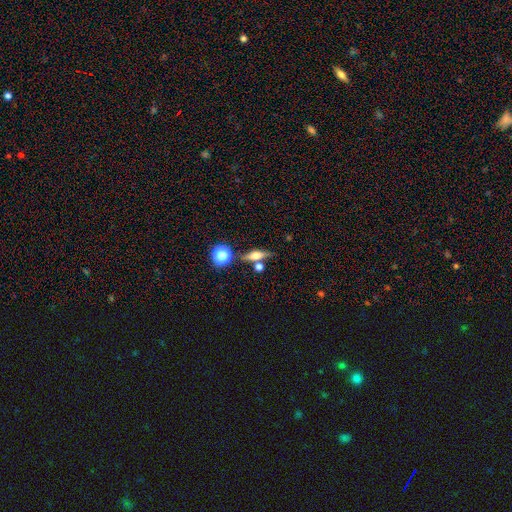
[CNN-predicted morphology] A featured or disk galaxy (51%) viewed edge-on (92%). Merging: none (73%).